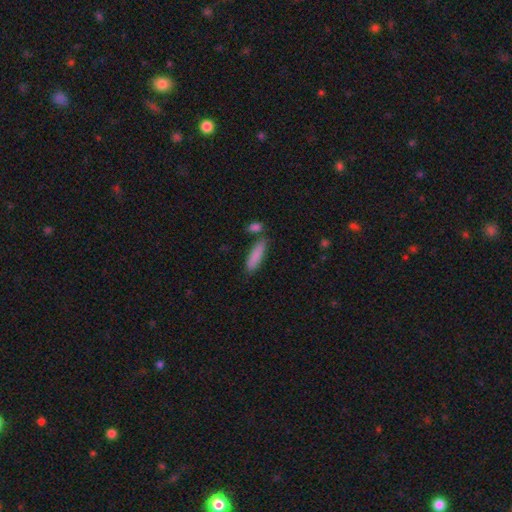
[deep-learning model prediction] smooth-or-featured: smooth: 86% | featured or disk: 8% | star or artifact: 6%
  how-rounded: cigar-shaped: 68% | in between: 30% | round: 2%
  merging: none: 76% | minor disturbance: 12% | merger: 9% | major disturbance: 3%